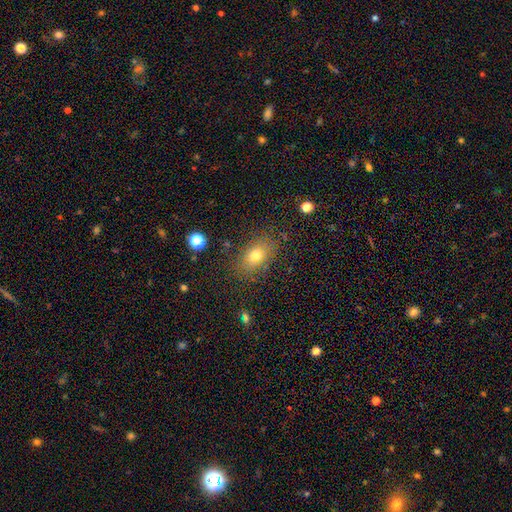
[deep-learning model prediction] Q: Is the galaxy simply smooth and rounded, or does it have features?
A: smooth — 75%.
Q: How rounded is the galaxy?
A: in between — 82%.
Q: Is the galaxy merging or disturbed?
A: none — 81%.